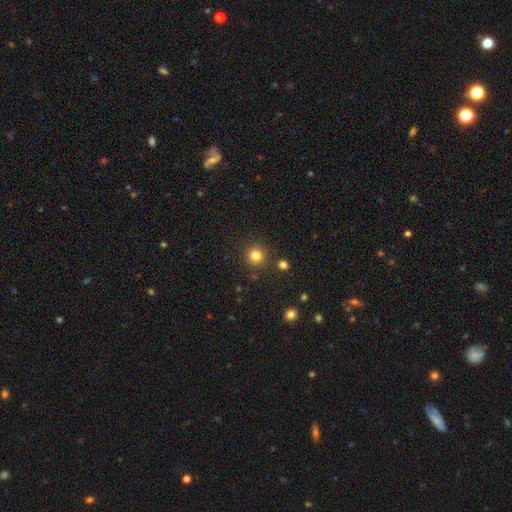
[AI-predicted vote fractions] smooth_or_featured: smooth (p=0.82) [alt: star or artifact p=0.13]
how_rounded: round (p=0.94) [alt: in between p=0.05]
merging: none (p=0.87) [alt: minor disturbance p=0.07]